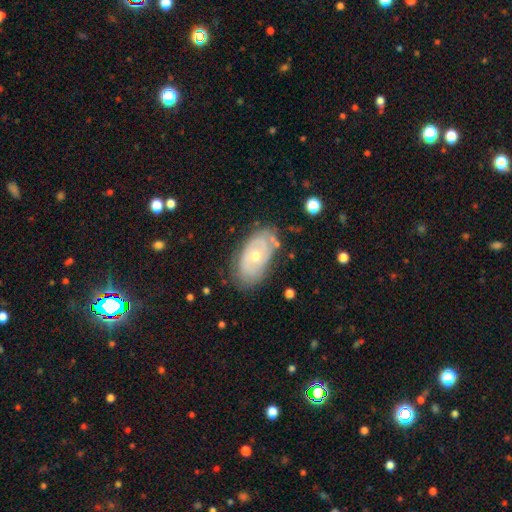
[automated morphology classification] Smooth or featured: featured or disk — 66% (smooth — 27%)
Edge-on disk: no — 92% (yes — 8%)
Bar: no — 84% (weak — 13%)
Spiral arms: yes — 58% (no — 42%)
Bulge size: moderate — 59% (small — 38%)
Merging: none — 71% (minor disturbance — 20%)